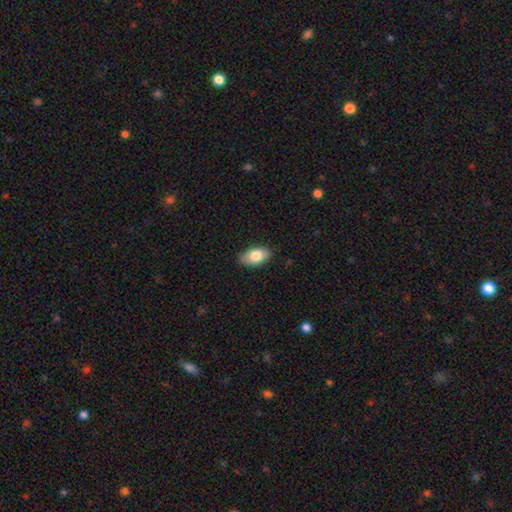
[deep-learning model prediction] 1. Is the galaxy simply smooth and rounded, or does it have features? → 79% smooth, 14% featured or disk, 7% star or artifact.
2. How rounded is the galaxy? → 93% in between, 4% round, 3% cigar-shaped.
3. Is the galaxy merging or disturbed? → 86% none, 11% minor disturbance, 2% major disturbance, 1% merger.